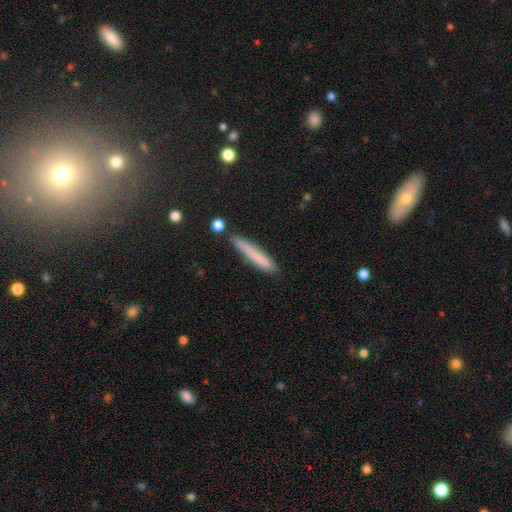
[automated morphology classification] smooth-or-featured: smooth: 76% | featured or disk: 17% | star or artifact: 7%
  how-rounded: cigar-shaped: 95% | in between: 4% | round: 1%
  merging: none: 82% | minor disturbance: 12% | merger: 3% | major disturbance: 2%